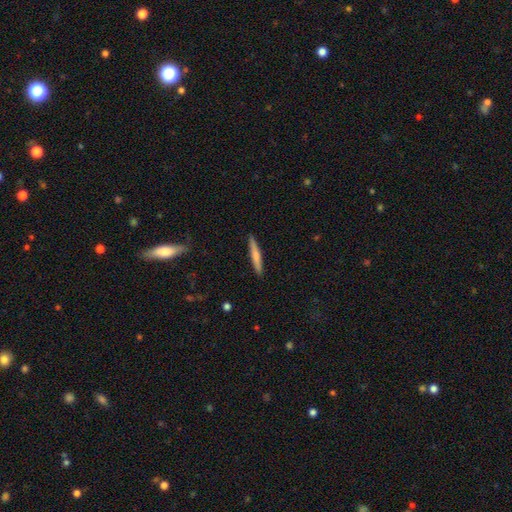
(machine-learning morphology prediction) smooth_or_featured: smooth (p=0.66) [alt: featured or disk p=0.29]
how_rounded: cigar-shaped (p=0.95) [alt: in between p=0.04]
merging: none (p=0.90) [alt: minor disturbance p=0.07]